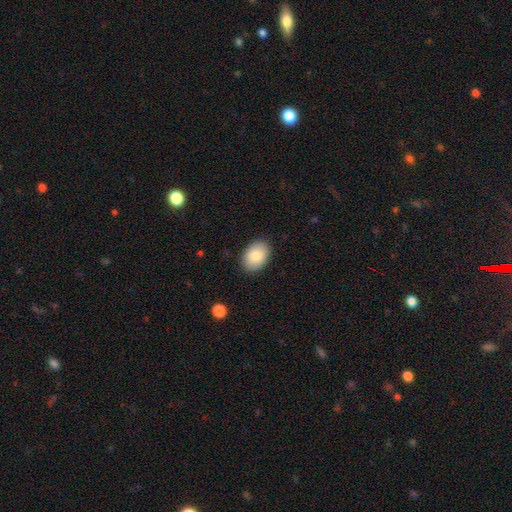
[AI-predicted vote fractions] Smooth or featured: smooth — 85% (featured or disk — 8%)
How rounded: in between — 85% (round — 14%)
Merging: none — 88% (minor disturbance — 9%)